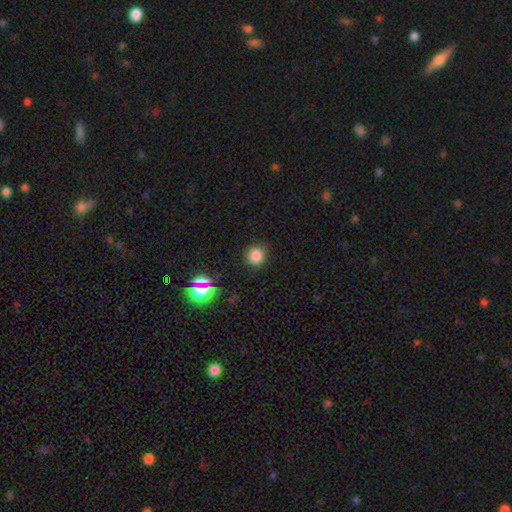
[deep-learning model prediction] smooth 79%, star or artifact 17%, featured or disk 5%. Down the decision tree: how rounded — round (89%); merging — none (84%).